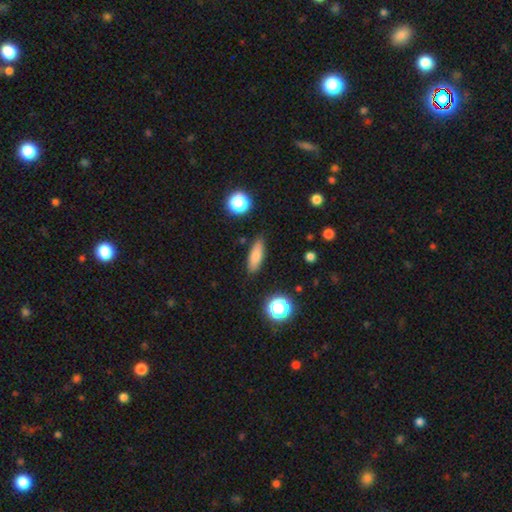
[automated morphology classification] This appears to be a smooth galaxy with no disk features (77%) that is in between round and cigar-shaped (50%). Merging: none (83%).